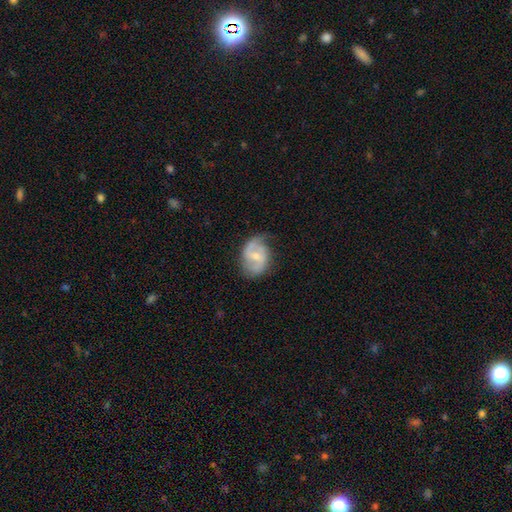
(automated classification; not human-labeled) Smooth or featured?
  - featured or disk: 71% *
  - smooth: 23%
  - star or artifact: 6%
Edge-on disk?
  - no: 97% *
  - yes: 3%
Bar?
  - weak: 54% *
  - no: 29%
  - strong: 17%
Spiral arms?
  - yes: 90% *
  - no: 10%
Spiral winding?
  - medium: 49% *
  - loose: 29%
  - tight: 22%
Spiral arm count?
  - 2: 83% *
  - can't tell: 8%
  - 1: 5%
  - 3: 2%
  - 4: 1%
  - more than 4: 1%
Bulge size?
  - small: 45% *
  - moderate: 44%
  - none: 8%
  - large: 3%
  - dominant: 1%
Merging?
  - none: 63% *
  - minor disturbance: 26%
  - major disturbance: 10%
  - merger: 1%